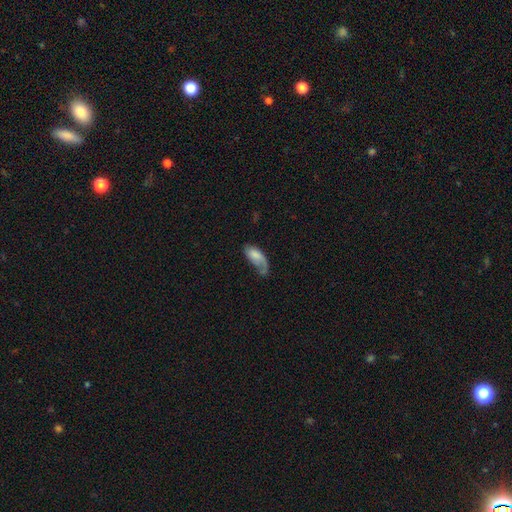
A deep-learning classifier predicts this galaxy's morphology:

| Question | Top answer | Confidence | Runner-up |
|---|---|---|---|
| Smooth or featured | smooth | 59% | featured or disk (34%) |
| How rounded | in between | 86% | cigar-shaped (11%) |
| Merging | none | 33% | major disturbance (31%) |